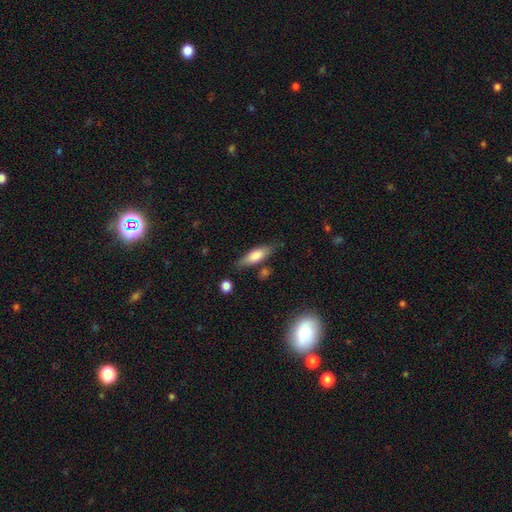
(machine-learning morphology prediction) Overall: smooth (75%). How rounded: in between (55%; cigar-shaped 43%). Merging: none (75%).